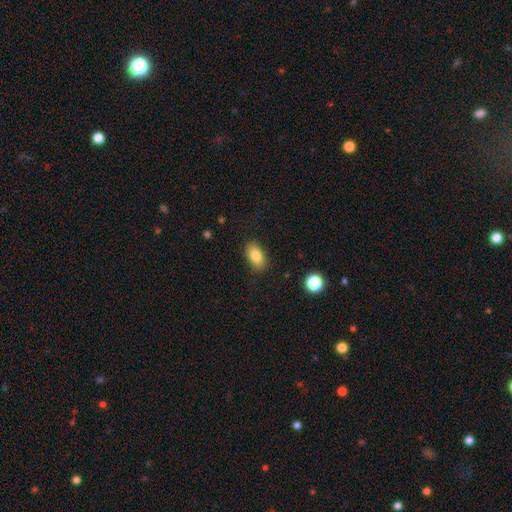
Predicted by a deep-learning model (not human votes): A smooth galaxy with no disk features (84%) that is in between round and cigar-shaped (90%).

Vote fractions:
- Smooth or featured? smooth: 84% / featured or disk: 8% / star or artifact: 8%
- How rounded? in between: 90% / round: 7% / cigar-shaped: 3%
- Merging? none: 85% / minor disturbance: 11% / major disturbance: 3% / merger: 1%